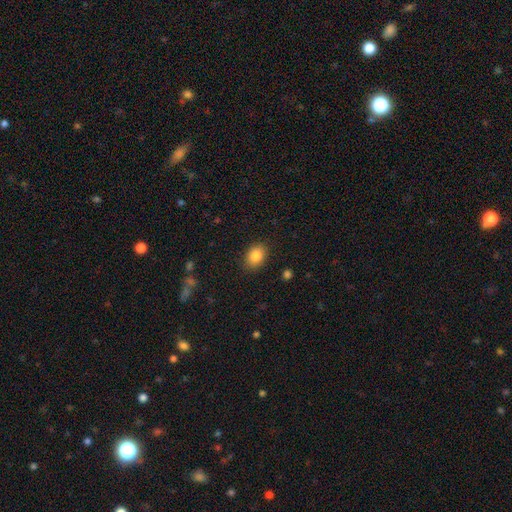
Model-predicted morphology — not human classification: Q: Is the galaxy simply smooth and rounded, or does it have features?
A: smooth — 86%.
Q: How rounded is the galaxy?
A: in between — 69%.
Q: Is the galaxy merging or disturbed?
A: none — 87%.